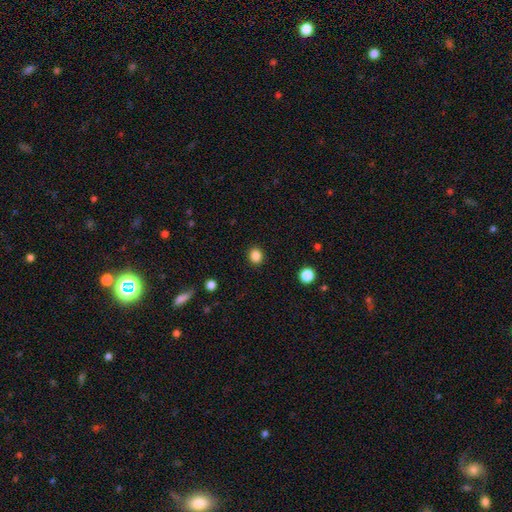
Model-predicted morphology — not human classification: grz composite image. It shows a smooth galaxy with no disk features (85%) that is round (74%). Merging: none (91%).